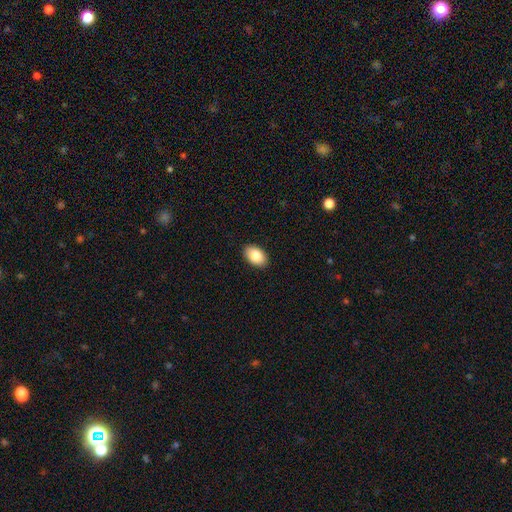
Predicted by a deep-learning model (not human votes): This appears to be a smooth galaxy with no disk features (85%) that is in between round and cigar-shaped (91%). Merging: none (90%).